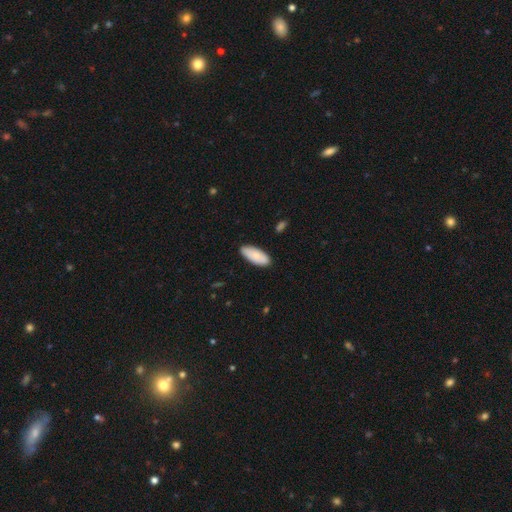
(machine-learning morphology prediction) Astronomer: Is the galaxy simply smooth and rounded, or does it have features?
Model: smooth — 85%.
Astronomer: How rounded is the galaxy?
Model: in between — 85%.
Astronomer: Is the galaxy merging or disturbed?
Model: none — 86%.